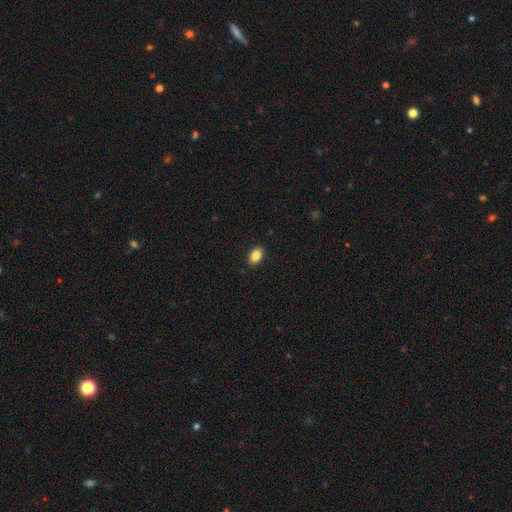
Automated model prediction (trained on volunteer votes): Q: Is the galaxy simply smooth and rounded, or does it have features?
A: smooth — 86%.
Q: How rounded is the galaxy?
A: in between — 89%.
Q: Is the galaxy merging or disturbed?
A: none — 90%.